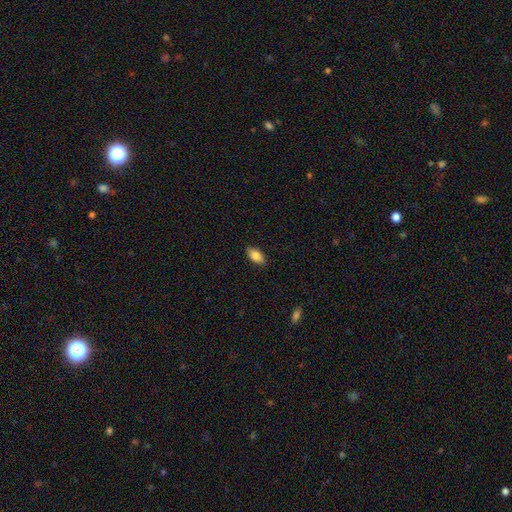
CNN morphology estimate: A smooth galaxy with no disk features (83%) that is in between round and cigar-shaped (91%). Merging: none (89%).